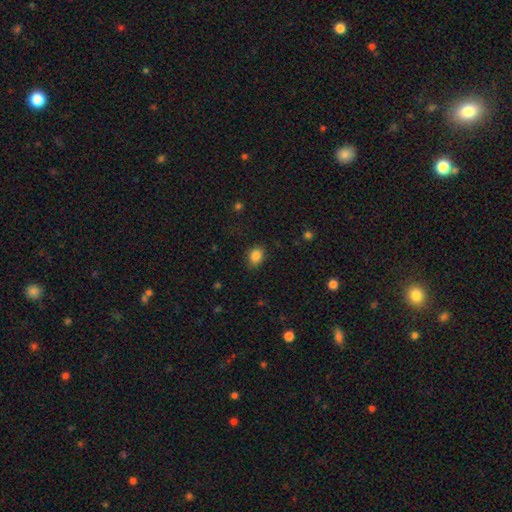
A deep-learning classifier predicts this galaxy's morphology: smooth 85%, star or artifact 10%, featured or disk 5%. Down the decision tree: how rounded — in between (50%); merging — none (84%).